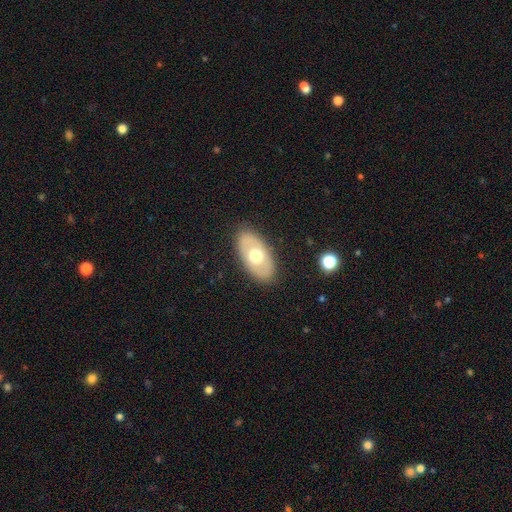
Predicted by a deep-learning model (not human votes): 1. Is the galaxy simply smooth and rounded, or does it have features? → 51% smooth, 43% featured or disk, 6% star or artifact.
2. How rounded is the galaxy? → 92% in between, 6% round, 2% cigar-shaped.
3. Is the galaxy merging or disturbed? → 86% none, 10% minor disturbance, 3% major disturbance, 1% merger.